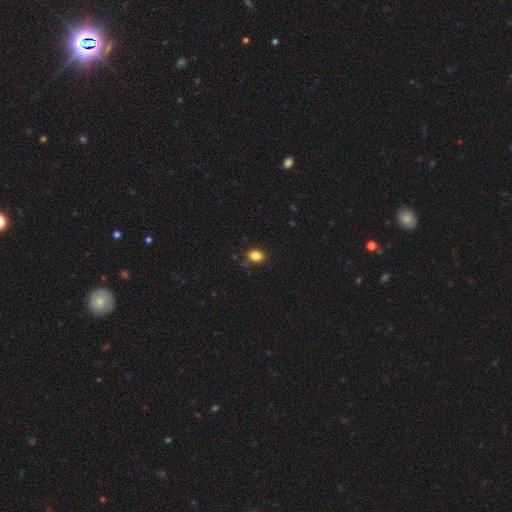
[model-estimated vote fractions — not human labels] This is clearly a smooth galaxy (84%). How rounded: likely in between (76%). Merging: likely none (78%).